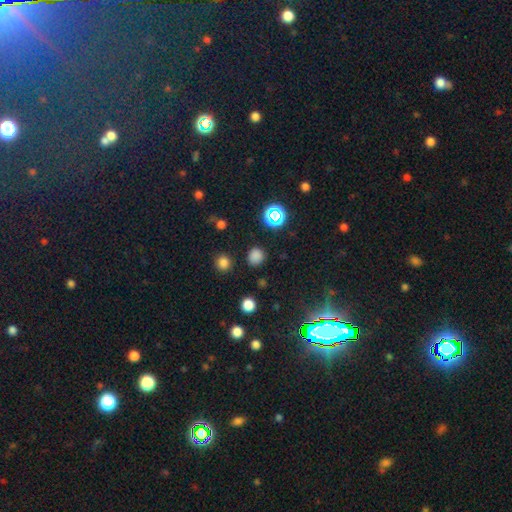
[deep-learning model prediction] A smooth galaxy with no disk features (71%) that is round (88%). Merging: none (86%).